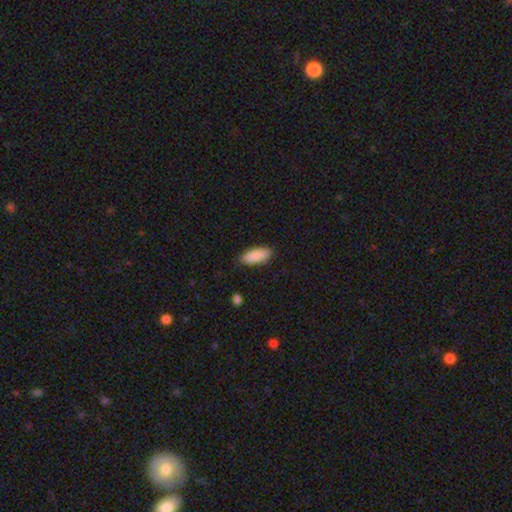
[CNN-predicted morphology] smooth-or-featured: smooth: 90% | star or artifact: 6% | featured or disk: 4%
  how-rounded: in between: 81% | cigar-shaped: 17% | round: 2%
  merging: none: 84% | minor disturbance: 12% | major disturbance: 2% | merger: 1%